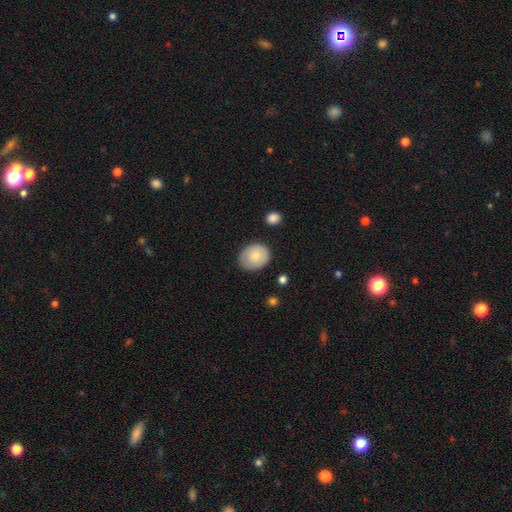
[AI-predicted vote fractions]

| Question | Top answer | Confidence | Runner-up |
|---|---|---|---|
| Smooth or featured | smooth | 73% | featured or disk (20%) |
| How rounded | round | 55% | in between (44%) |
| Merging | none | 81% | minor disturbance (15%) |